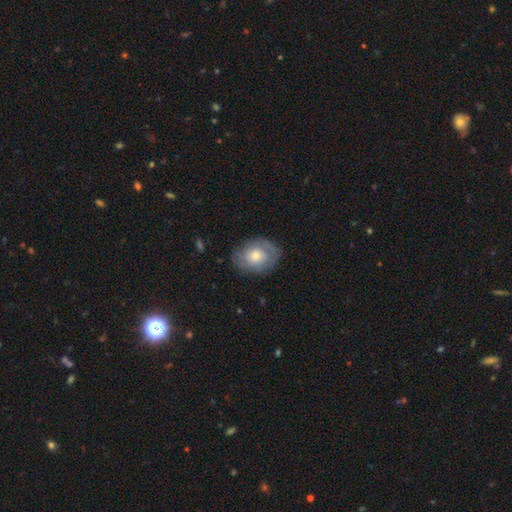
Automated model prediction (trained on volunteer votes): A featured or disk galaxy (48%).

Vote fractions:
- Smooth or featured? featured or disk: 48% / smooth: 44% / star or artifact: 8%
- Merging? none: 78% / minor disturbance: 16% / major disturbance: 5% / merger: 1%